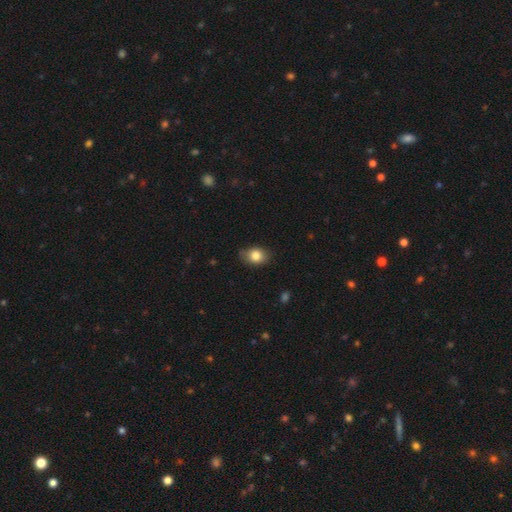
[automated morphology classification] This is clearly a smooth galaxy (83%). How rounded: likely in between (67%). Merging: likely none (76%).